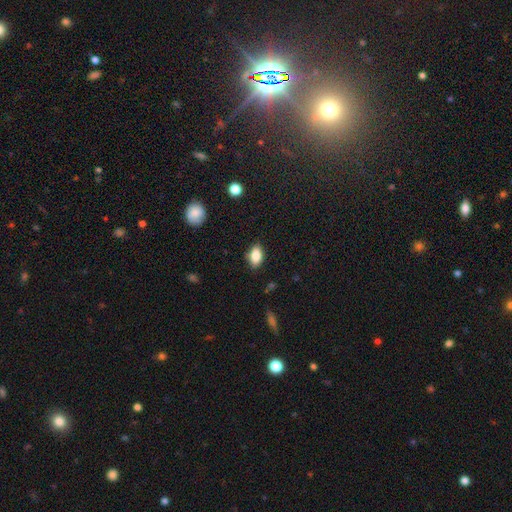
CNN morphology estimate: A smooth galaxy with no disk features (84%) that is in between round and cigar-shaped (89%).

Vote fractions:
- Smooth or featured? smooth: 84% / star or artifact: 8% / featured or disk: 8%
- How rounded? in between: 89% / round: 8% / cigar-shaped: 3%
- Merging? none: 83% / minor disturbance: 14% / major disturbance: 3% / merger: 1%